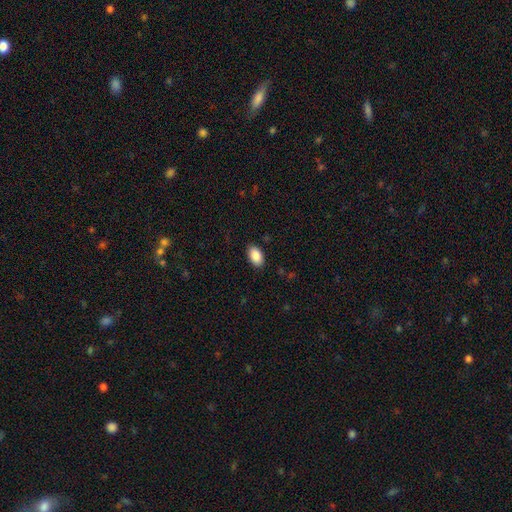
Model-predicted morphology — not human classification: Q: Smooth or featured?
A: smooth (89%); runner-up: star or artifact (7%)
Q: How rounded?
A: in between (93%); runner-up: round (6%)
Q: Merging?
A: none (88%); runner-up: minor disturbance (9%)